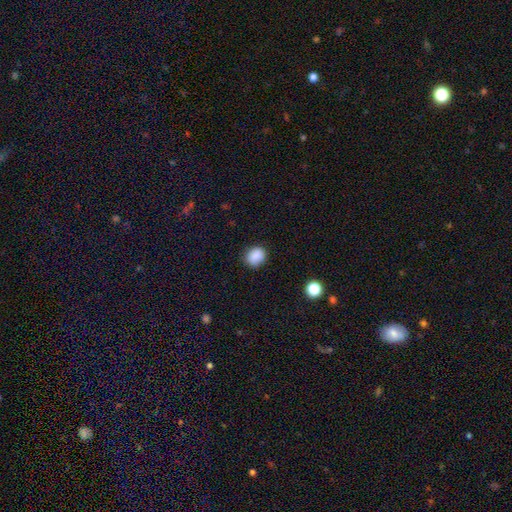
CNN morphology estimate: The model was most divided on "how rounded": round: 62%, in between: 37%, cigar-shaped: 1%. More confident: smooth or featured — smooth (88%); merging — none (85%).